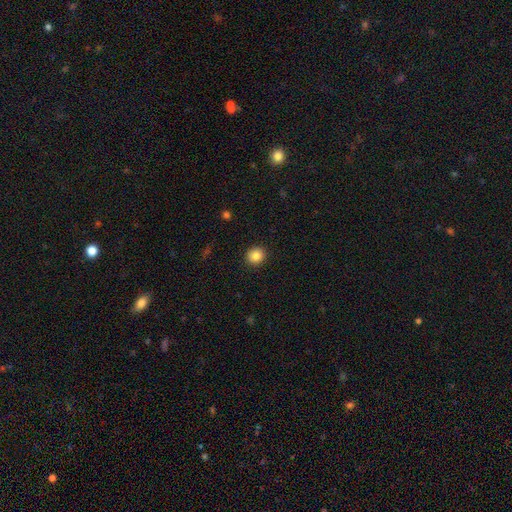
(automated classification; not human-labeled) smooth-or-featured: smooth: 85% | star or artifact: 10% | featured or disk: 5%
  how-rounded: round: 88% | in between: 11% | cigar-shaped: 1%
  merging: none: 91% | minor disturbance: 6% | major disturbance: 2% | merger: 1%